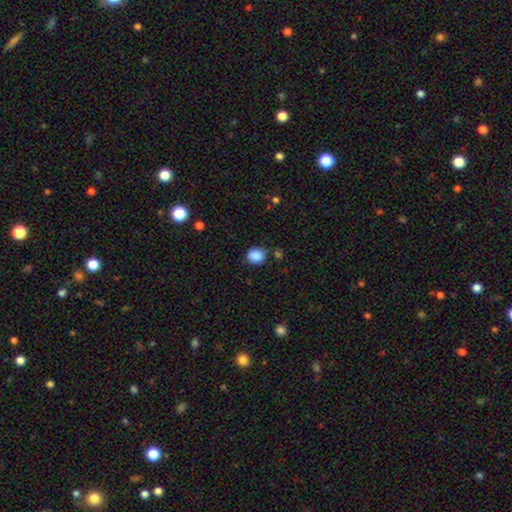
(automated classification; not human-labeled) Smooth or featured: smooth — 88% (star or artifact — 9%)
How rounded: round — 69% (in between — 30%)
Merging: none — 80% (minor disturbance — 13%)